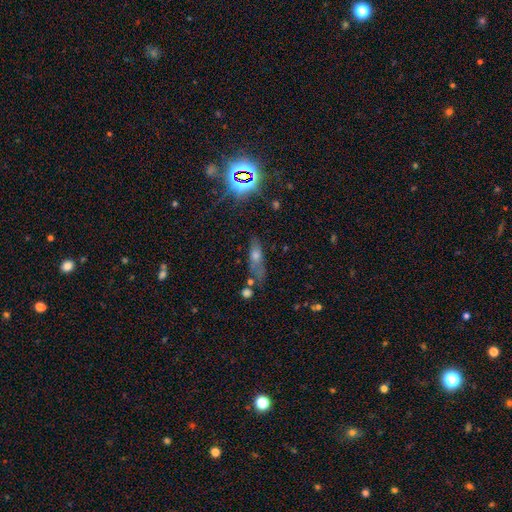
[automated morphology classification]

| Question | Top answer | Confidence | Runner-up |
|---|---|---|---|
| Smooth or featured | smooth | 44% | star or artifact (28%) |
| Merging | none | 57% | minor disturbance (23%) |